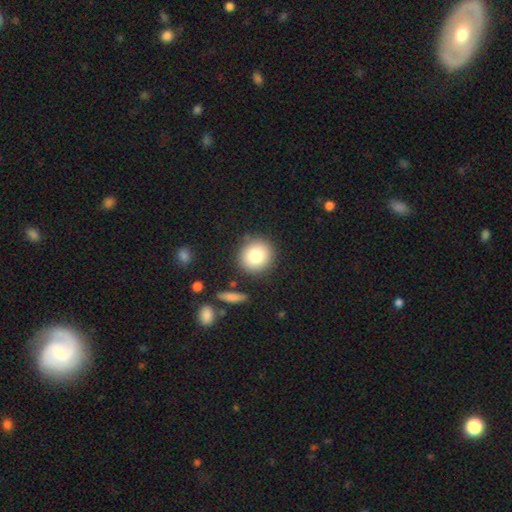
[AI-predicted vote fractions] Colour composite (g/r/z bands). It shows a smooth galaxy with no disk features (79%) that is round (89%). Merging: none (86%).